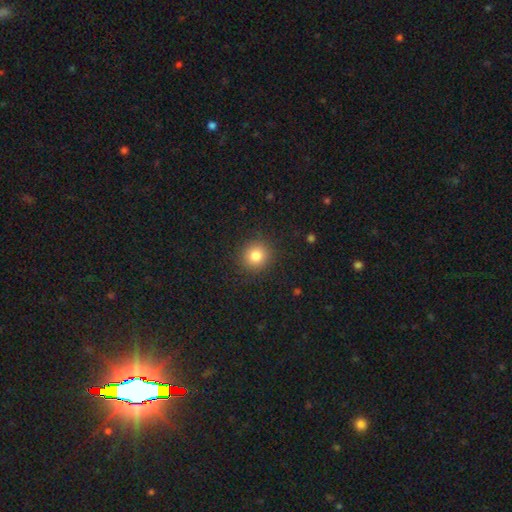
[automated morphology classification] Smooth or featured: smooth — 83% (star or artifact — 11%)
How rounded: round — 91% (in between — 8%)
Merging: none — 90% (minor disturbance — 7%)